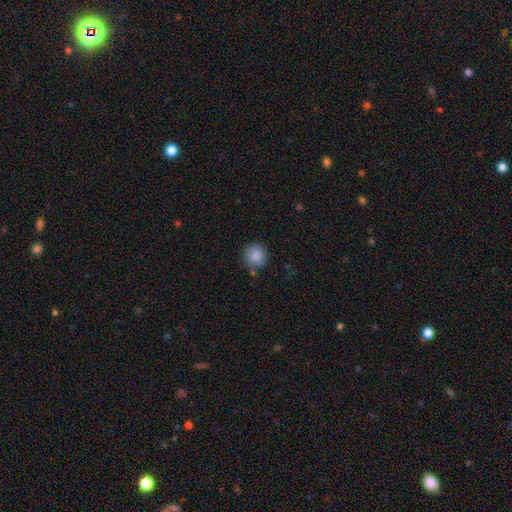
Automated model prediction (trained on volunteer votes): This is clearly a smooth galaxy (87%). How rounded: clearly round (88%). Merging: likely none (78%).